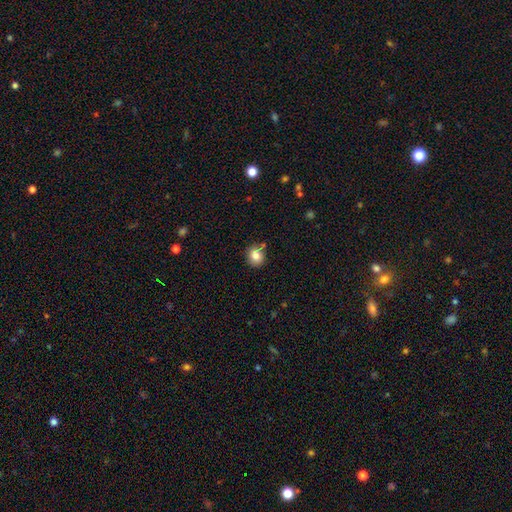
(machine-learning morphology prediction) This is clearly a smooth galaxy (82%). How rounded: likely round (78%). Merging: likely none (78%).